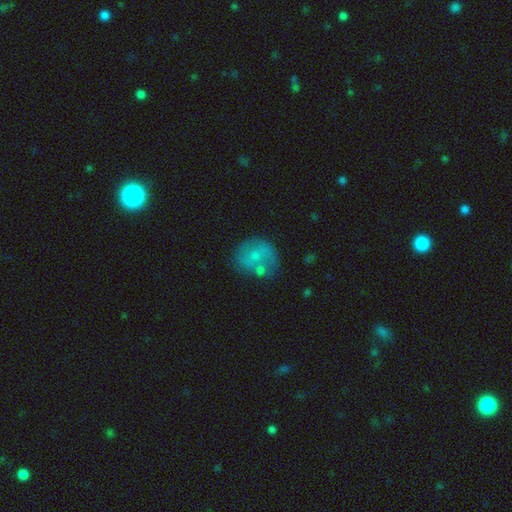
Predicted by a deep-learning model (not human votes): Smooth or featured: smooth — 52% (featured or disk — 37%)
How rounded: round — 70% (in between — 29%)
Merging: none — 47% (merger — 21%)